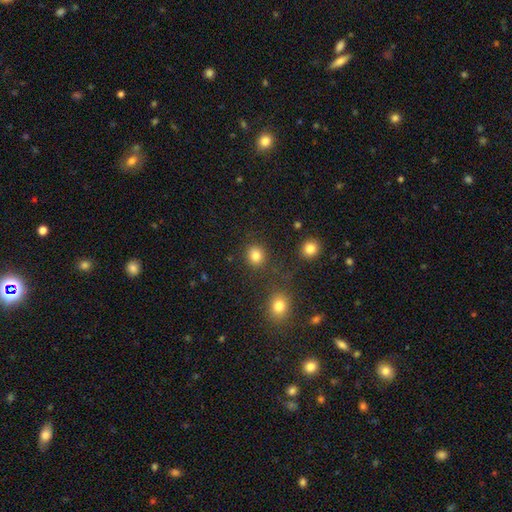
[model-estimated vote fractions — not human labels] Smooth or featured?
  - smooth: 83% *
  - star or artifact: 12%
  - featured or disk: 5%
How rounded?
  - round: 79% *
  - in between: 20%
  - cigar-shaped: 1%
Merging?
  - none: 83% *
  - minor disturbance: 8%
  - merger: 5%
  - major disturbance: 3%